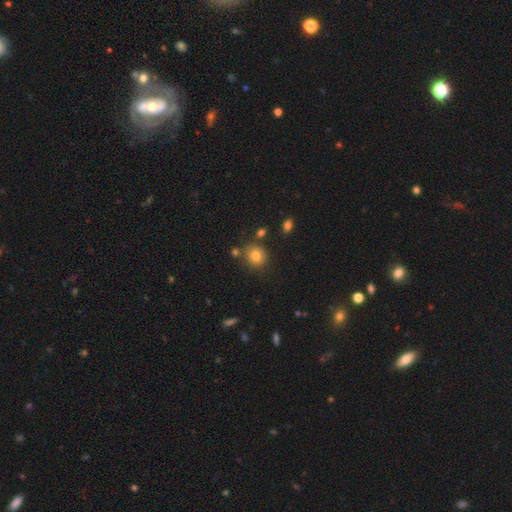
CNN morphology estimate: This appears to be a smooth galaxy with no disk features (79%) that is round (77%). Merging: none (78%).